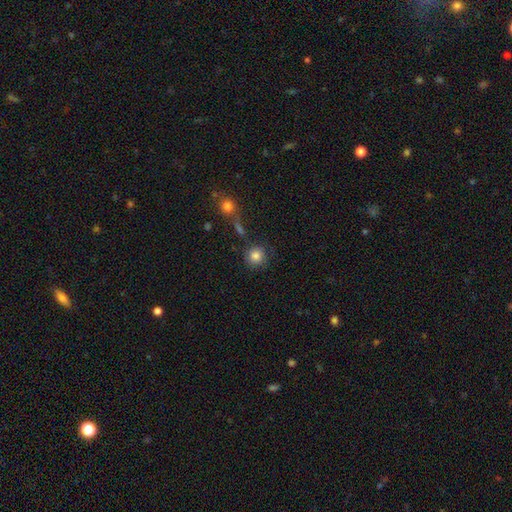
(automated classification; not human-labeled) Overall: smooth (84%). How rounded: round (91%). Merging: none (78%).